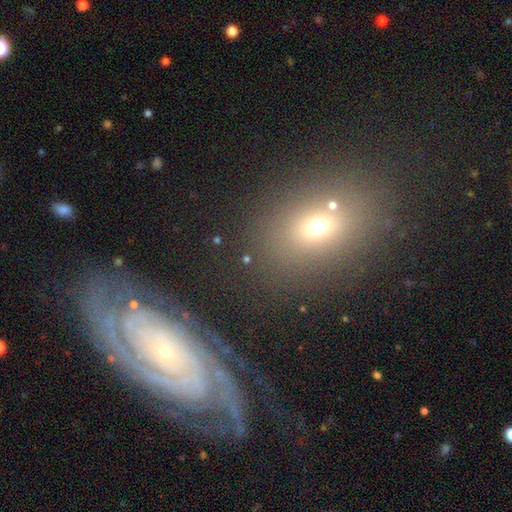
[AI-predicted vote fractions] A featured or disk galaxy (55%).

Vote fractions:
- Smooth or featured? featured or disk: 55% / smooth: 29% / star or artifact: 17%
- Edge-on disk? no: 89% / yes: 11%
- Merging? none: 75% / minor disturbance: 14% / merger: 6% / major disturbance: 5%